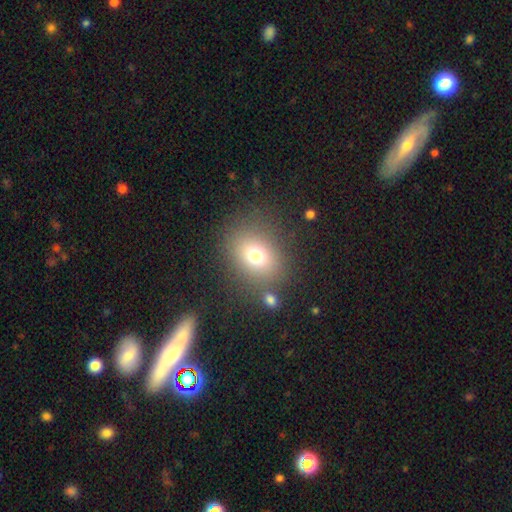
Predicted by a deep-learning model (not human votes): smooth 73%, star or artifact 15%, featured or disk 12%. Down the decision tree: how rounded — round (51%); merging — none (76%).